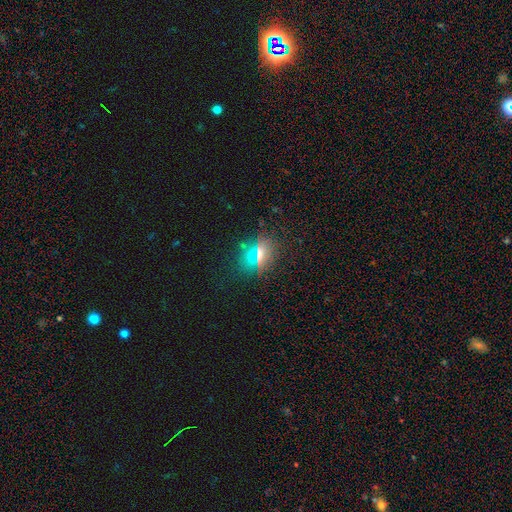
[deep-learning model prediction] Smooth or featured?
  - smooth: 58% *
  - star or artifact: 27%
  - featured or disk: 15%
How rounded?
  - in between: 50% *
  - round: 44%
  - cigar-shaped: 6%
Merging?
  - none: 83% *
  - minor disturbance: 10%
  - major disturbance: 4%
  - merger: 3%